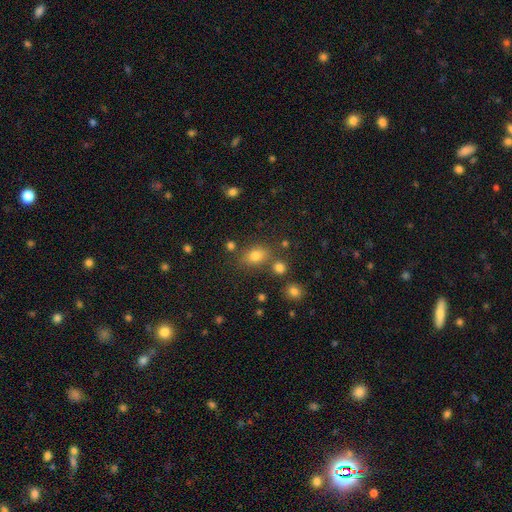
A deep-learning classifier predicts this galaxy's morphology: smooth_or_featured: smooth (p=0.76) [alt: star or artifact p=0.16]
how_rounded: in between (p=0.70) [alt: round p=0.27]
merging: none (p=0.71) [alt: minor disturbance p=0.13]